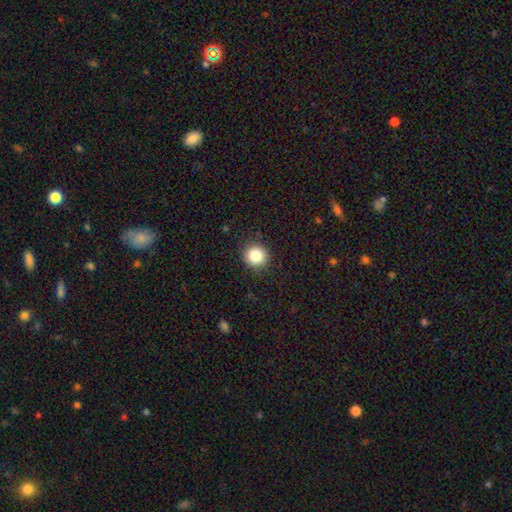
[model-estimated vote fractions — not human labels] Q: Smooth or featured?
A: smooth (83%); runner-up: star or artifact (11%)
Q: How rounded?
A: round (93%); runner-up: in between (6%)
Q: Merging?
A: none (91%); runner-up: minor disturbance (6%)